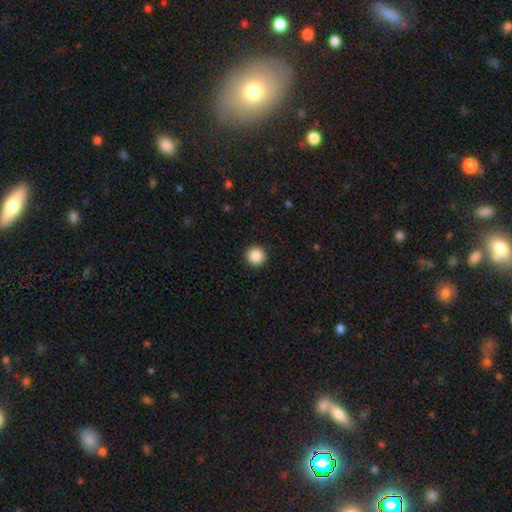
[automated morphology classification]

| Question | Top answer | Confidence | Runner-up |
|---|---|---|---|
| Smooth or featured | smooth | 87% | star or artifact (9%) |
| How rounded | round | 96% | in between (3%) |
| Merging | none | 93% | minor disturbance (4%) |